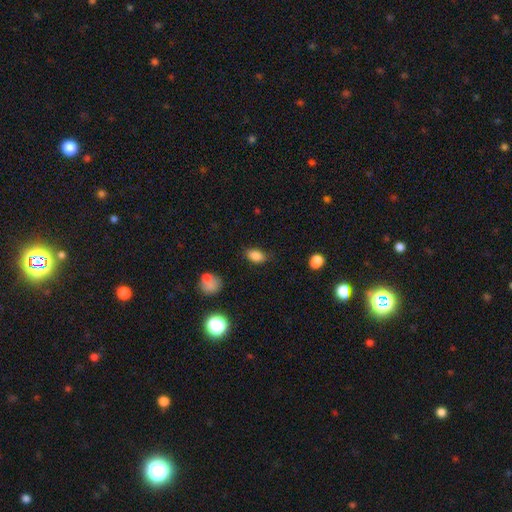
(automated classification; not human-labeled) Q: Smooth or featured?
A: smooth (85%); runner-up: star or artifact (10%)
Q: How rounded?
A: in between (88%); runner-up: round (9%)
Q: Merging?
A: none (78%); runner-up: minor disturbance (16%)